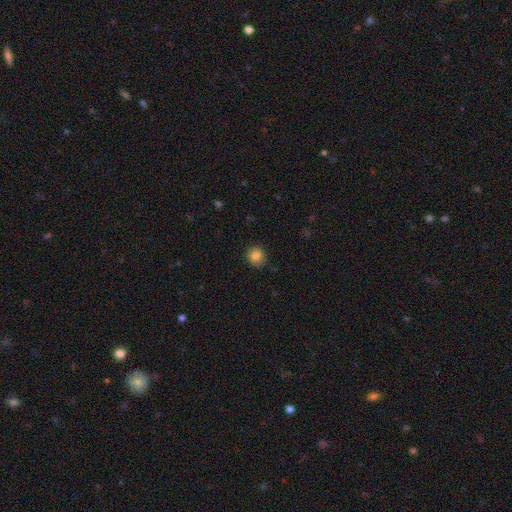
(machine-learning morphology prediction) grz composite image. It shows a smooth galaxy with no disk features (84%) that is round (88%). Merging: none (86%).